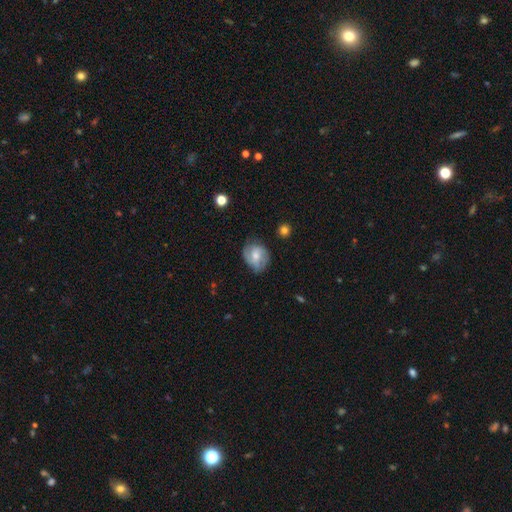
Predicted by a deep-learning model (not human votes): This appears to be a featured or disk galaxy (58%) with no bar (51%), spiral arms (87%) and a moderate central bulge (52%). Merging: none (68%).